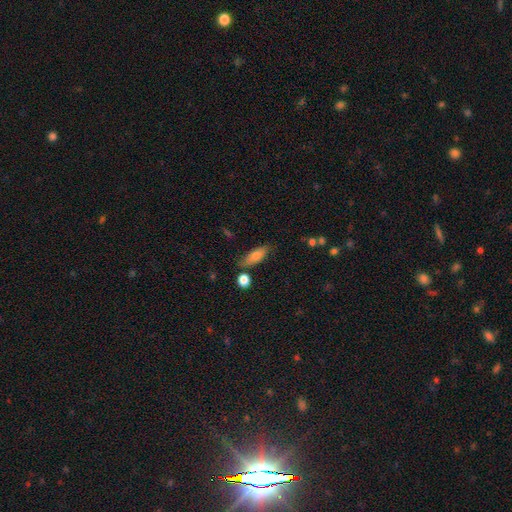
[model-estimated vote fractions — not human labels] Smooth or featured: smooth — 75% (featured or disk — 18%)
How rounded: in between — 69% (cigar-shaped — 27%)
Merging: none — 74% (minor disturbance — 16%)